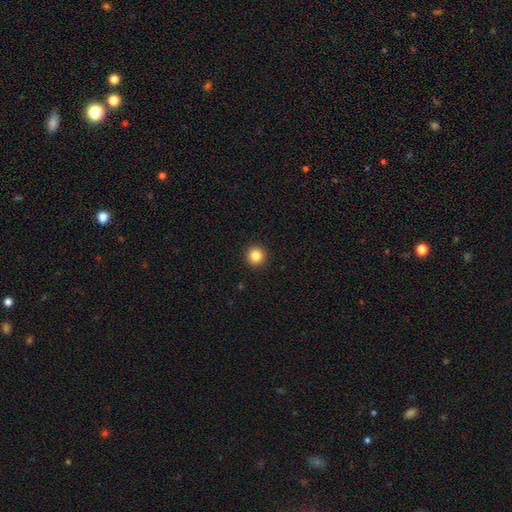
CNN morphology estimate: Overall: smooth (84%). How rounded: round (96%). Merging: none (94%).